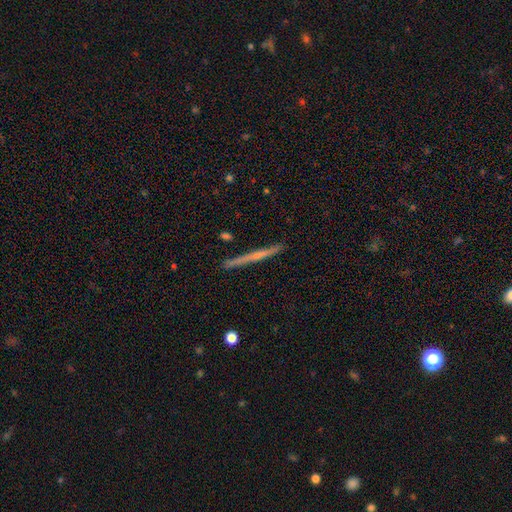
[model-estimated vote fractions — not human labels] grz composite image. It shows a featured or disk galaxy (62%) viewed edge-on (98%) with no central bulge (59%). Merging: none (90%).